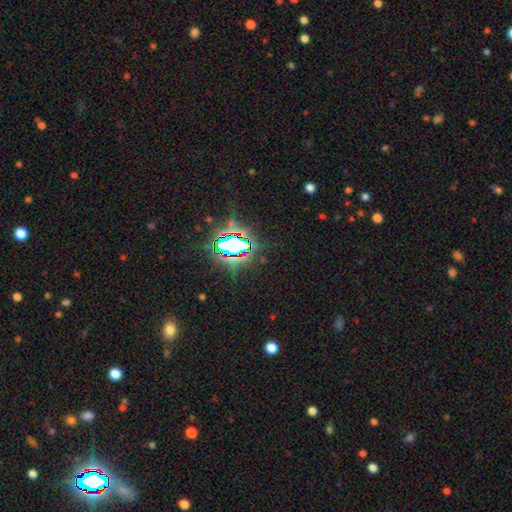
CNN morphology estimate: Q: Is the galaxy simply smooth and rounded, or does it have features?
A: star or artifact — 85%.